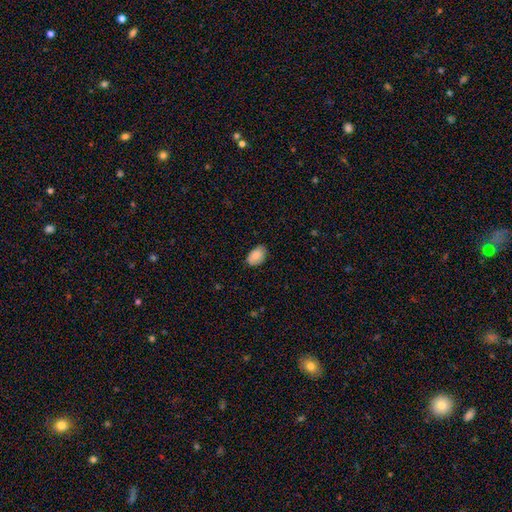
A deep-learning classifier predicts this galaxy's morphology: Smooth or featured? Predicted: smooth (p=0.87). How rounded? Predicted: in between (p=0.89). Merging? Predicted: none (p=0.80).